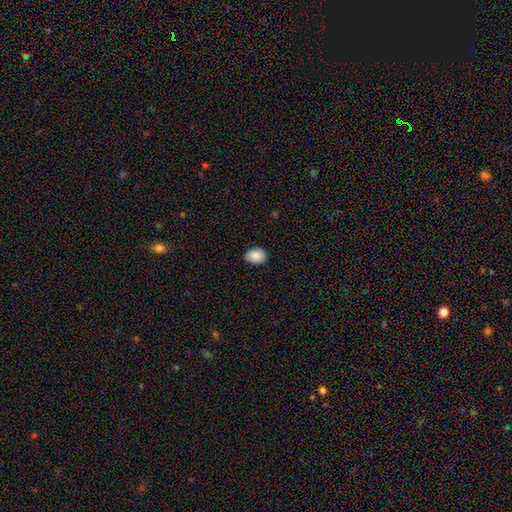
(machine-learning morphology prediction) Overall: smooth (89%). How rounded: in between (79%). Merging: none (84%).